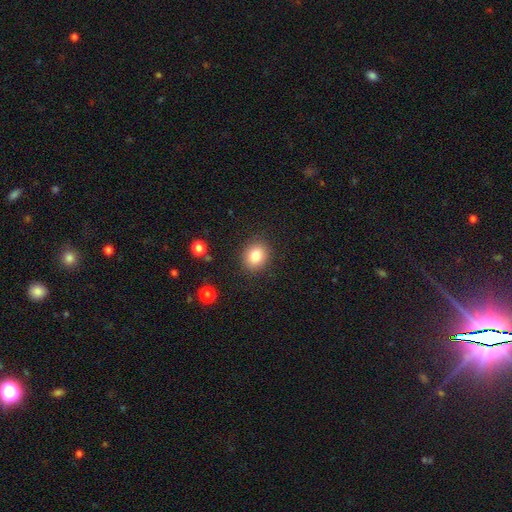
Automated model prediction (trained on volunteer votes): Morphology: type=smooth (82%); roundness=round (59%); merging=none (87%).